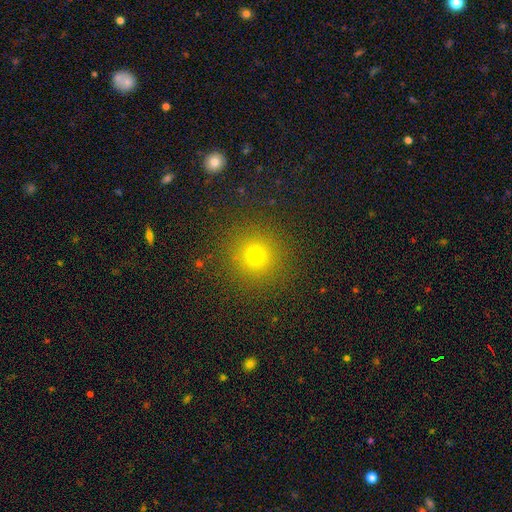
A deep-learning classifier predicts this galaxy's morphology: Smooth or featured? smooth (71%)
How rounded? round (94%)
Merging? none (89%)